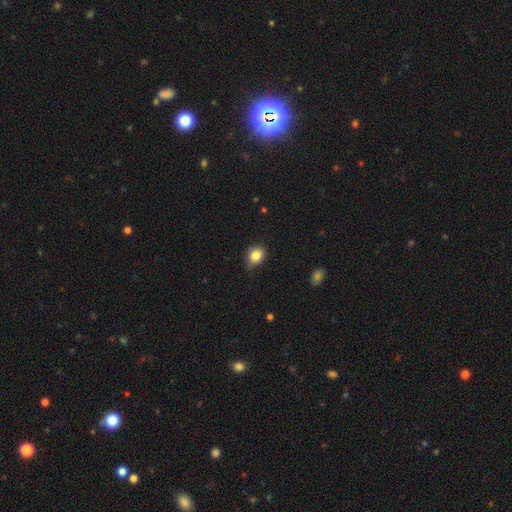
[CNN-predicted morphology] type=smooth (84%); roundness=round (54%); merging=none (71%).